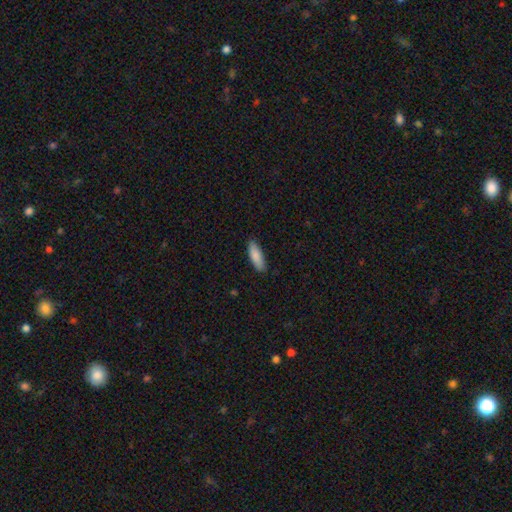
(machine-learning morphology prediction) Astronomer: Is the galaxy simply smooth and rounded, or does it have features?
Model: smooth — 87%.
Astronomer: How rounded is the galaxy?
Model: in between — 57% (runner-up: cigar-shaped, 42%).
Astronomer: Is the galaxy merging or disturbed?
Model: none — 87%.